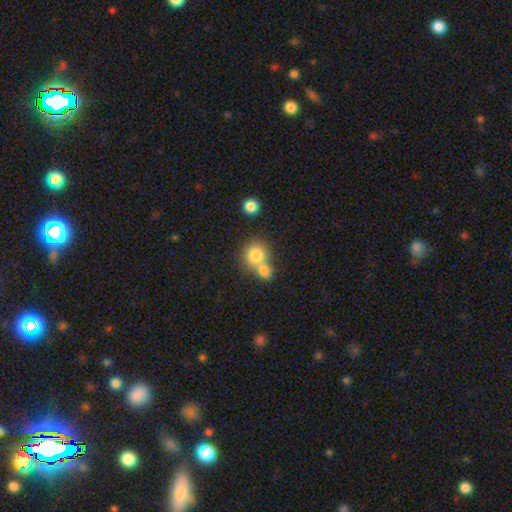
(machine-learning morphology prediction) A smooth galaxy with no disk features (78%) that is round (82%).

Vote fractions:
- Smooth or featured? smooth: 78% / featured or disk: 12% / star or artifact: 10%
- How rounded? round: 82% / in between: 17% / cigar-shaped: 1%
- Merging? merger: 55% / none: 35% / minor disturbance: 7% / major disturbance: 3%